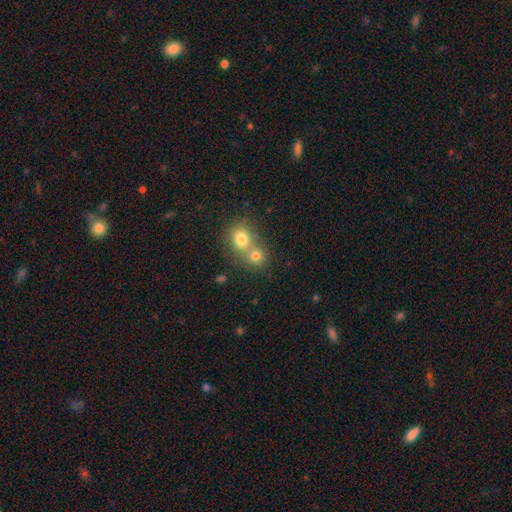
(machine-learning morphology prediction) This is likely a smooth galaxy (75%). How rounded: likely round (77%). Merging: possibly merger (59%).